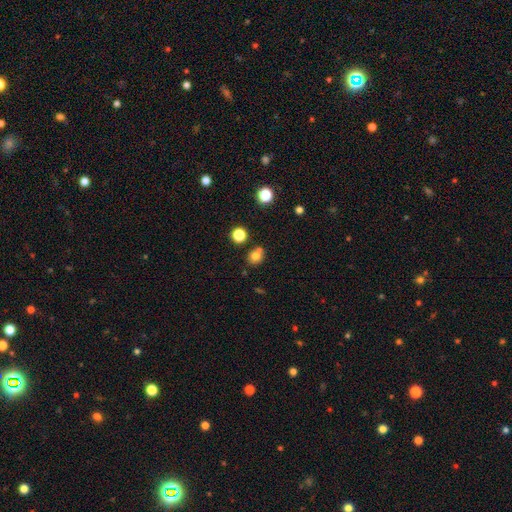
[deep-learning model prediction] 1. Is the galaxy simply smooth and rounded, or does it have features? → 76% smooth, 15% star or artifact, 9% featured or disk.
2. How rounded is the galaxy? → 78% round, 21% in between, 1% cigar-shaped.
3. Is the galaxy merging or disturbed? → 66% none, 22% merger, 9% minor disturbance, 3% major disturbance.